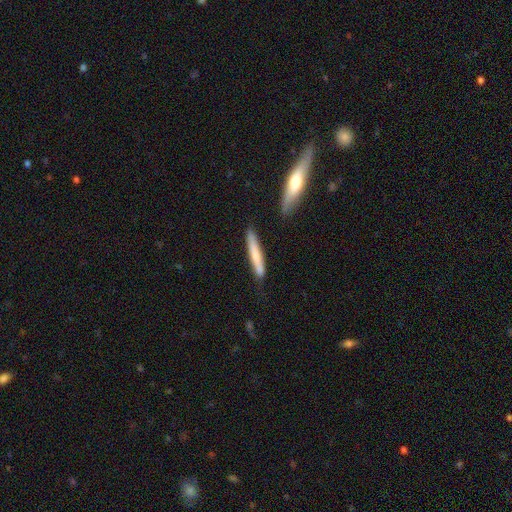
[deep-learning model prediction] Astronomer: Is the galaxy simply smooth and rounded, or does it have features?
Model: smooth — 66%.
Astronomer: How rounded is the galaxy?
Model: cigar-shaped — 94%.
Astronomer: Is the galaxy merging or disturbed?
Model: none — 80%.